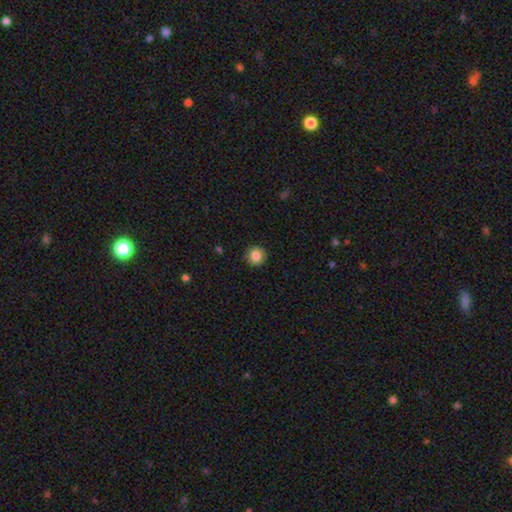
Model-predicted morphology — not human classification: This is clearly a smooth galaxy (84%). How rounded: clearly round (89%). Merging: clearly none (87%).